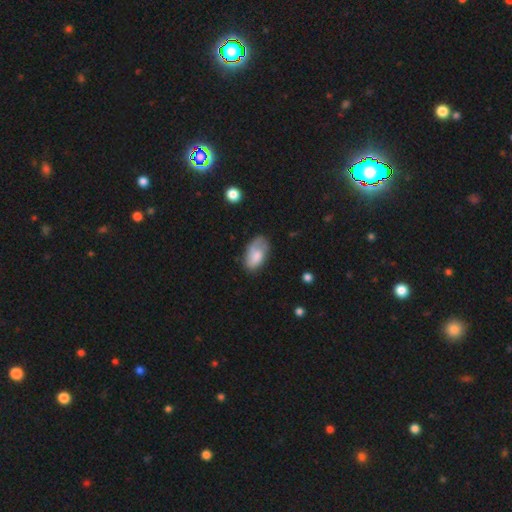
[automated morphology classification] Smooth or featured? smooth (71%)
How rounded? in between (94%)
Merging? none (56%)